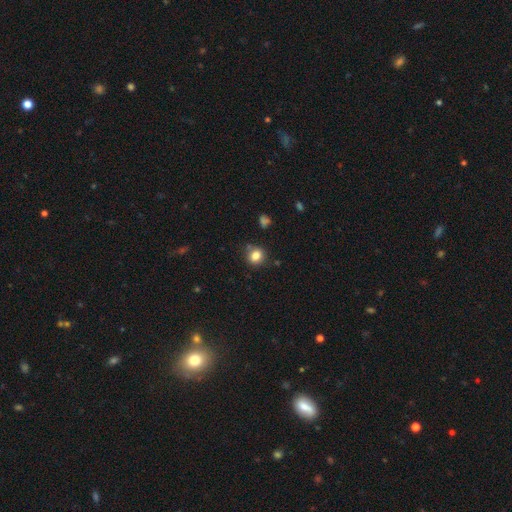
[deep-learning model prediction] Smooth or featured: smooth — 82% (star or artifact — 11%)
How rounded: round — 78% (in between — 21%)
Merging: none — 80% (minor disturbance — 13%)